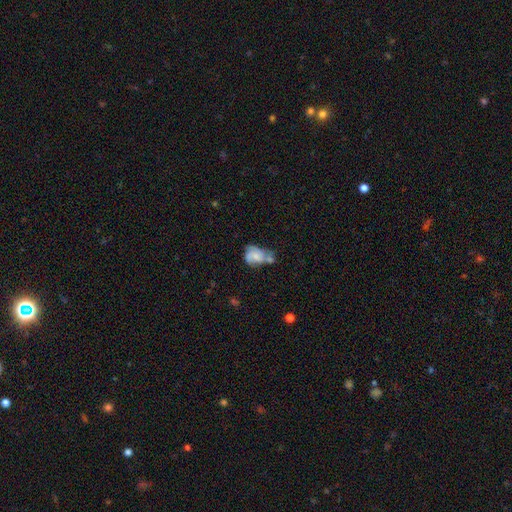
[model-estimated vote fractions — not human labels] Smooth or featured?
  - featured or disk: 51% *
  - smooth: 40%
  - star or artifact: 8%
Edge-on disk?
  - no: 97% *
  - yes: 3%
Merging?
  - merger: 33% *
  - none: 29%
  - minor disturbance: 23%
  - major disturbance: 15%